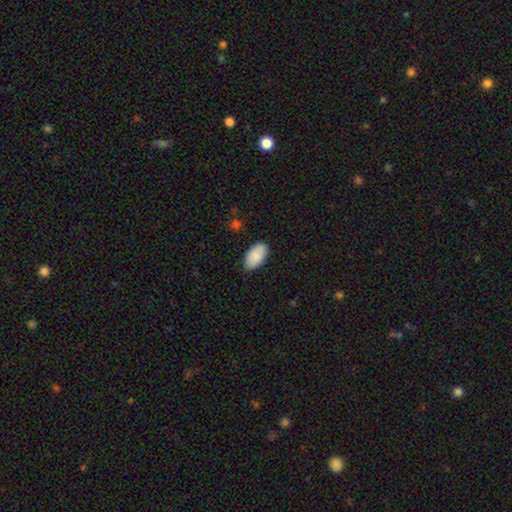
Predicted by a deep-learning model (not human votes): The model was most divided on "merging": none: 84%, minor disturbance: 13%, major disturbance: 2%, merger: 1%. More confident: how rounded — in between (95%); smooth or featured — smooth (88%).